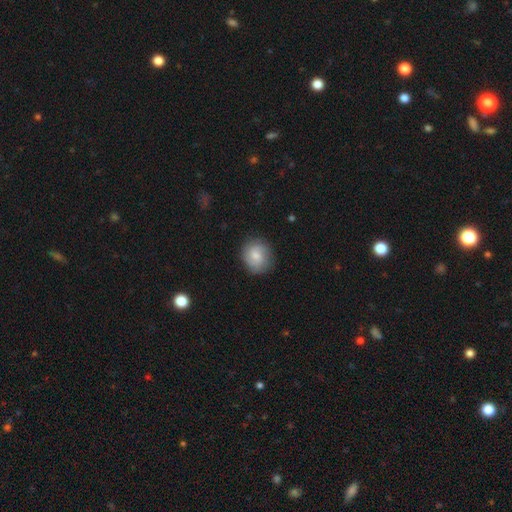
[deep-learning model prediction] Smooth or featured: smooth — 60% (featured or disk — 32%)
How rounded: round — 82% (in between — 17%)
Merging: none — 83% (minor disturbance — 12%)